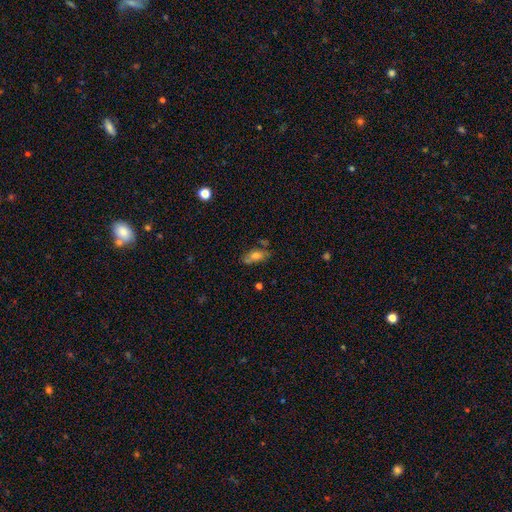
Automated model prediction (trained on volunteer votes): This is likely a smooth galaxy (61%). How rounded: likely in between (77%). Merging: possibly none (56%).